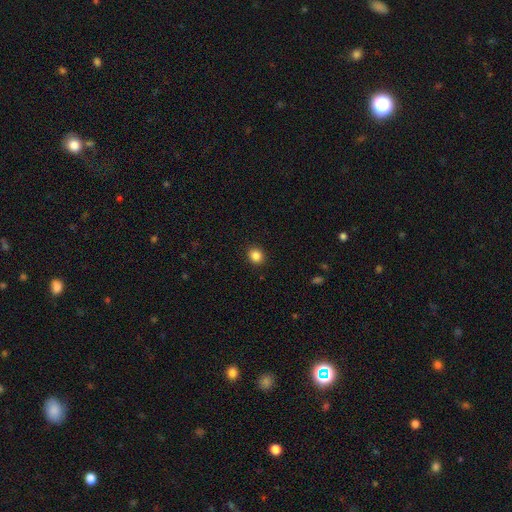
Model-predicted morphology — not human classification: A smooth galaxy with no disk features (86%) that is round (72%). Merging: none (91%).